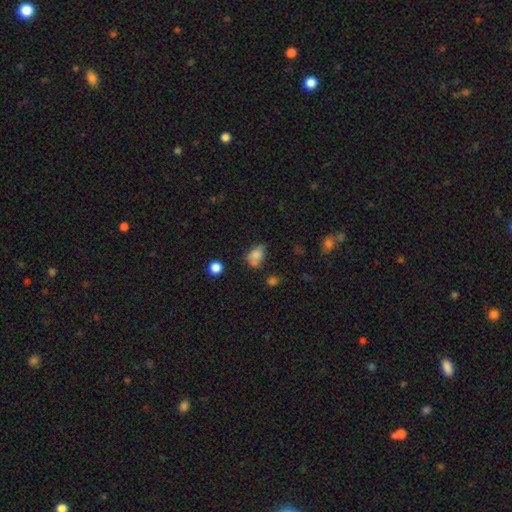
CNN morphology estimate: A smooth galaxy with no disk features (77%) that is in between round and cigar-shaped (82%).

Vote fractions:
- Smooth or featured? smooth: 77% / star or artifact: 12% / featured or disk: 11%
- How rounded? in between: 82% / round: 16% / cigar-shaped: 2%
- Merging? none: 42% / minor disturbance: 34% / major disturbance: 14% / merger: 10%